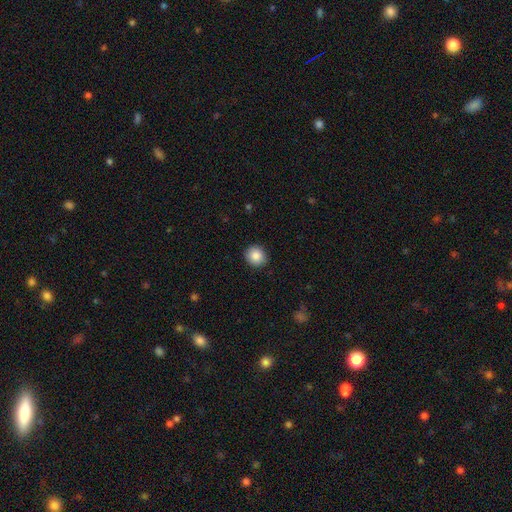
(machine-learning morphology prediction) Smooth or featured? Predicted: smooth (p=0.87). How rounded? Predicted: round (p=0.87). Merging? Predicted: none (p=0.91).